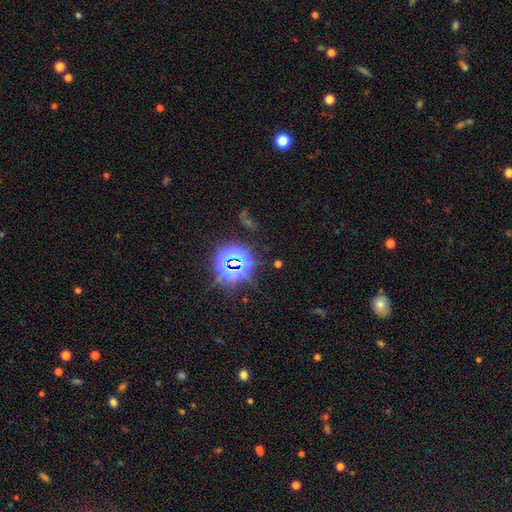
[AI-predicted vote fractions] Smooth or featured? Predicted: star or artifact (p=0.83).